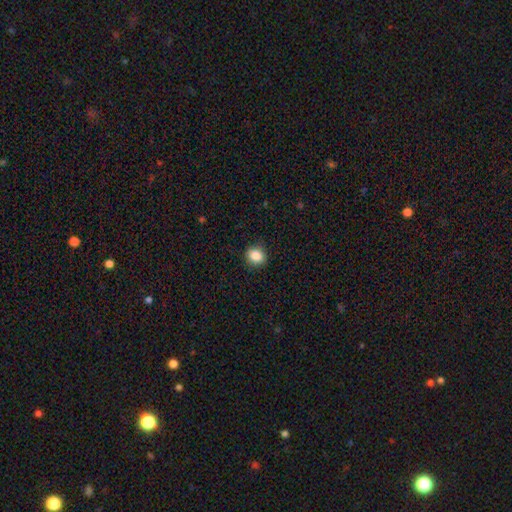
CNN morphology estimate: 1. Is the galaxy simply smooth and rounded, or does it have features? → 86% smooth, 9% star or artifact, 5% featured or disk.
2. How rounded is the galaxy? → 69% round, 30% in between, 1% cigar-shaped.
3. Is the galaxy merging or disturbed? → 87% none, 9% minor disturbance, 2% major disturbance, 1% merger.